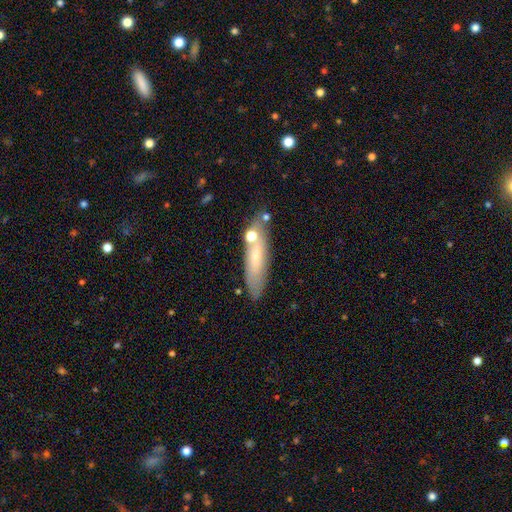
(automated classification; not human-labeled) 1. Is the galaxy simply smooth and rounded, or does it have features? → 58% smooth, 32% featured or disk, 10% star or artifact.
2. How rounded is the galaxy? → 67% cigar-shaped, 30% in between, 2% round.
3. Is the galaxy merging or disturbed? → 69% none, 17% minor disturbance, 9% merger, 5% major disturbance.